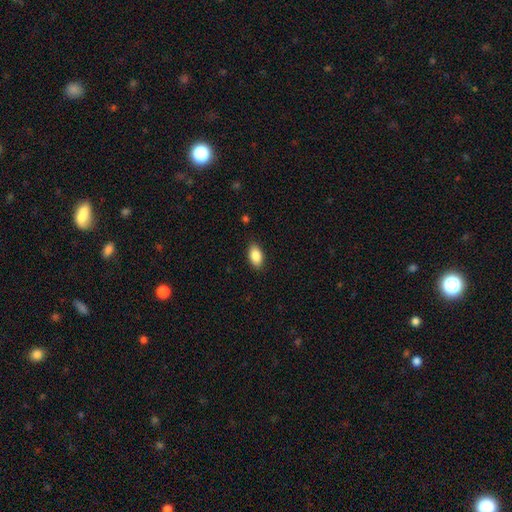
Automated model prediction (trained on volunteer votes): Smooth or featured: smooth — 87% (star or artifact — 7%)
How rounded: in between — 92% (round — 5%)
Merging: none — 87% (minor disturbance — 10%)